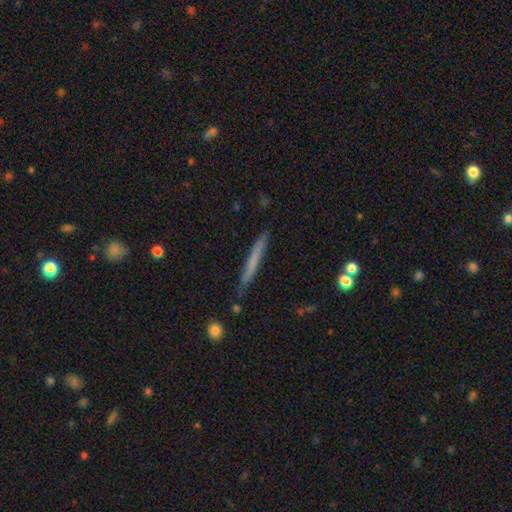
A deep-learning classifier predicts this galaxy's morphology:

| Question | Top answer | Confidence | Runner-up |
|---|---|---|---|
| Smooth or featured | smooth | 57% | featured or disk (36%) |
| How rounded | cigar-shaped | 96% | in between (2%) |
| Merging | none | 86% | minor disturbance (10%) |